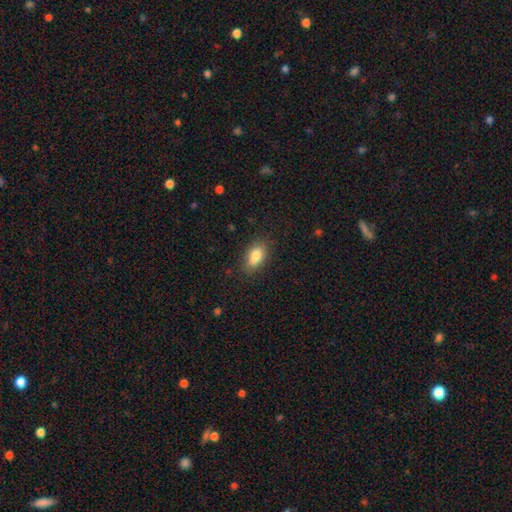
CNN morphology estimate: The model was most divided on "merging": none: 69%, minor disturbance: 18%, merger: 9%, major disturbance: 4%. More confident: how rounded — in between (86%); smooth or featured — smooth (79%).